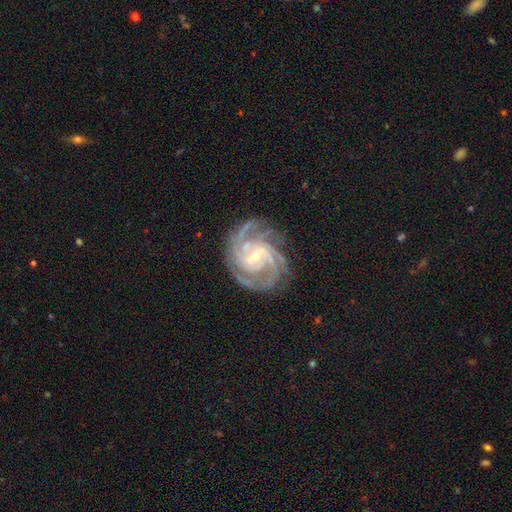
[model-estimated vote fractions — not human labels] This is clearly a featured or disk galaxy (92%). It is clearly not viewed edge-on (98%). Bar: marginally no (42%). Spiral arm pattern: clearly yes (99%). Spiral arm count: marginally 3 (33%). Spiral winding: likely tight (65%). Central bulge: likely small (69%). Merging: likely none (78%).